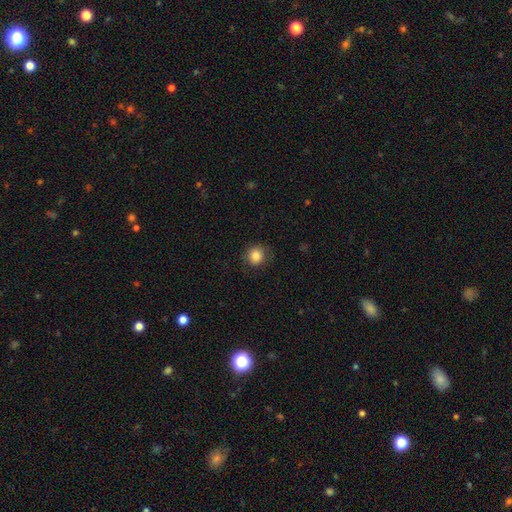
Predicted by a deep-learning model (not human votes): Smooth or featured: smooth — 86% (star or artifact — 10%)
How rounded: round — 87% (in between — 12%)
Merging: none — 84% (minor disturbance — 12%)